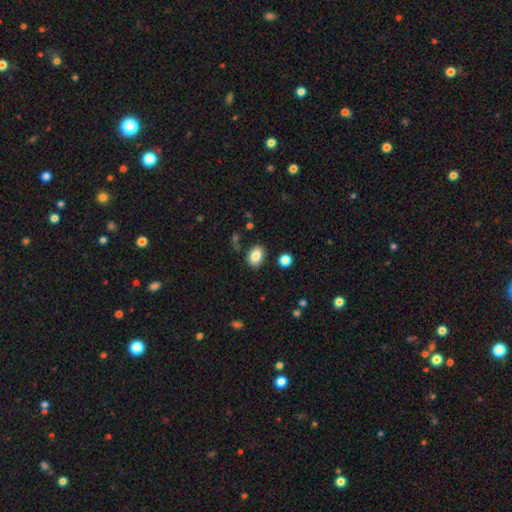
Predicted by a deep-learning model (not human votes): smooth-or-featured: smooth: 84% | star or artifact: 9% | featured or disk: 7%
  how-rounded: in between: 69% | round: 30% | cigar-shaped: 1%
  merging: none: 83% | minor disturbance: 11% | merger: 4% | major disturbance: 3%